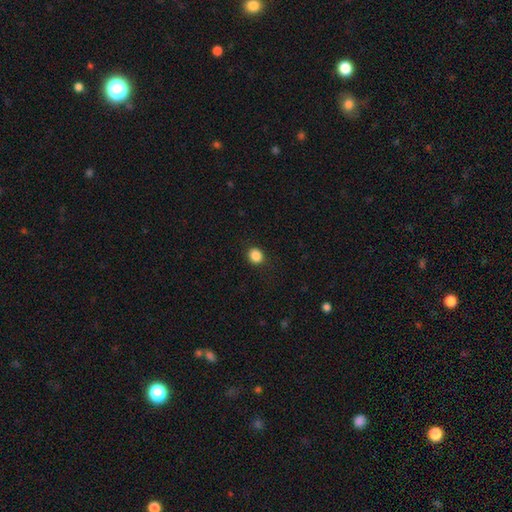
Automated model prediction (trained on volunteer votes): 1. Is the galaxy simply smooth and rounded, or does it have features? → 87% smooth, 10% star or artifact, 3% featured or disk.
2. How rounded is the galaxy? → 77% round, 22% in between, 1% cigar-shaped.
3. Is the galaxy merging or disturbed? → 89% none, 8% minor disturbance, 3% major disturbance, 1% merger.